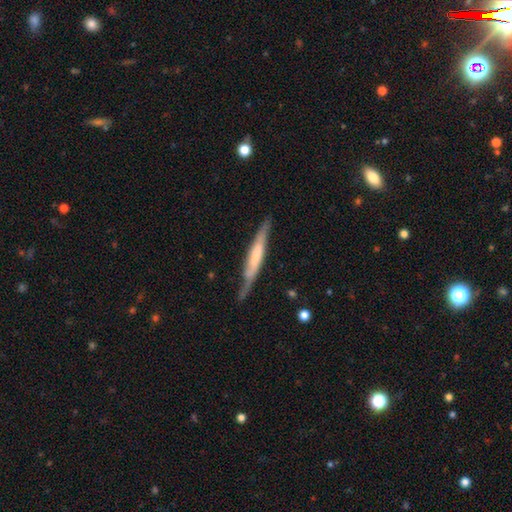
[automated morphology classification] A featured or disk galaxy (60%) viewed edge-on (84%) with no central bulge (44%).

Vote fractions:
- Smooth or featured? featured or disk: 60% / smooth: 35% / star or artifact: 6%
- Edge-on disk? yes: 84% / no: 16%
- Edge-on bulge? none: 44% / boxy: 36% / rounded: 21%
- Merging? none: 71% / minor disturbance: 22% / major disturbance: 5% / merger: 2%